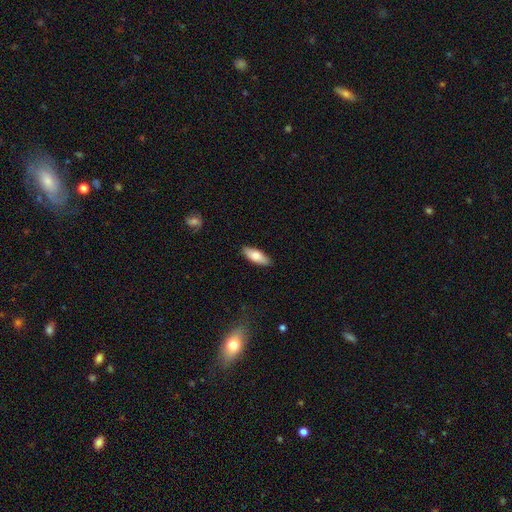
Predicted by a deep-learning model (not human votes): smooth-or-featured: smooth: 78% | featured or disk: 16% | star or artifact: 6%
  how-rounded: in between: 69% | cigar-shaped: 29% | round: 2%
  merging: none: 87% | minor disturbance: 10% | major disturbance: 2% | merger: 1%